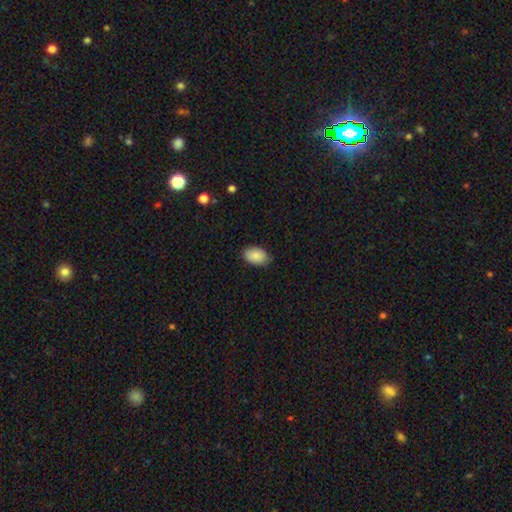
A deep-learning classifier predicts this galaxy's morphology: A smooth galaxy with no disk features (89%) that is in between round and cigar-shaped (90%).

Vote fractions:
- Smooth or featured? smooth: 89% / star or artifact: 7% / featured or disk: 5%
- How rounded? in between: 90% / round: 9% / cigar-shaped: 1%
- Merging? none: 82% / minor disturbance: 15% / major disturbance: 2% / merger: 1%